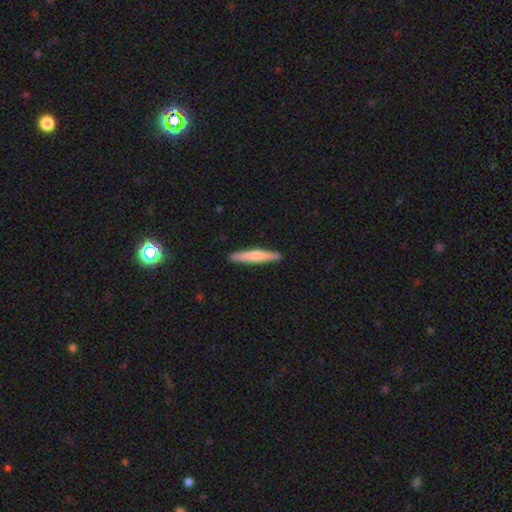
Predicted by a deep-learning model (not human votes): A smooth galaxy with no disk features (67%) that is cigar-shaped (94%). Merging: none (90%).